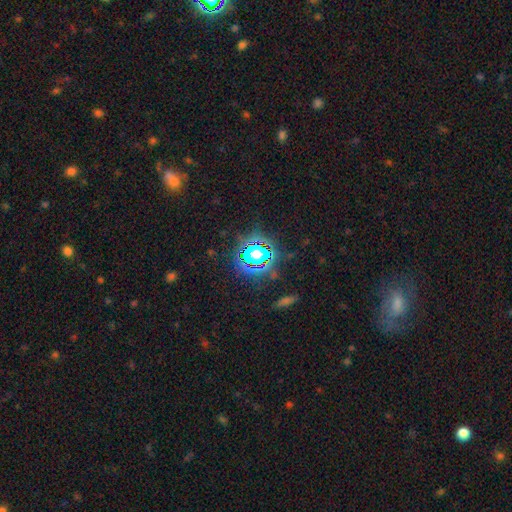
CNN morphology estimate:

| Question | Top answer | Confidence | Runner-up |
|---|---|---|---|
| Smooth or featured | star or artifact | 78% | smooth (13%) |